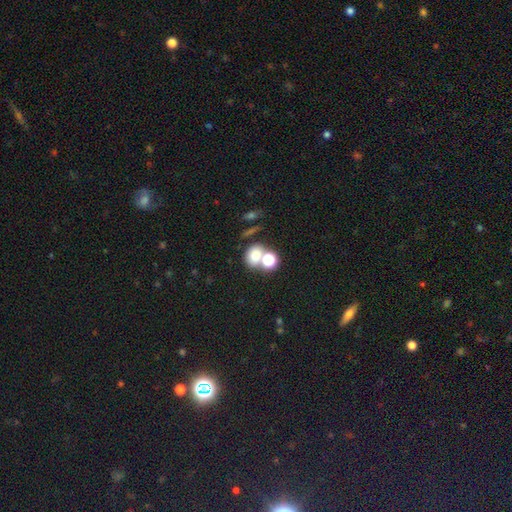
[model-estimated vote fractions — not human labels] Smooth or featured?
  - smooth: 71% *
  - star or artifact: 17%
  - featured or disk: 12%
How rounded?
  - round: 57% *
  - in between: 42%
  - cigar-shaped: 1%
Merging?
  - none: 44% *
  - merger: 42%
  - minor disturbance: 9%
  - major disturbance: 5%